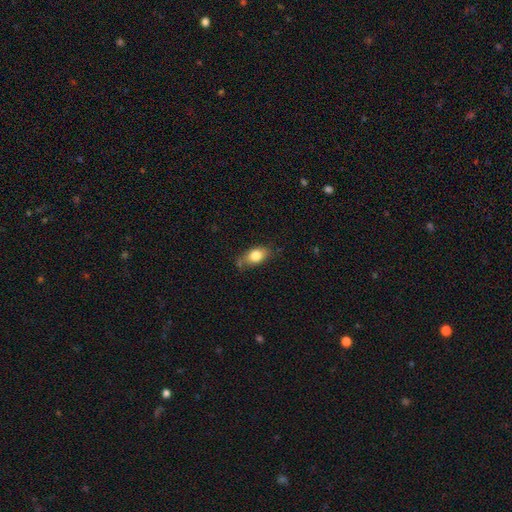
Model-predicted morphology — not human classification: Smooth or featured: smooth — 79% (featured or disk — 14%)
How rounded: in between — 85% (round — 10%)
Merging: none — 64% (minor disturbance — 26%)